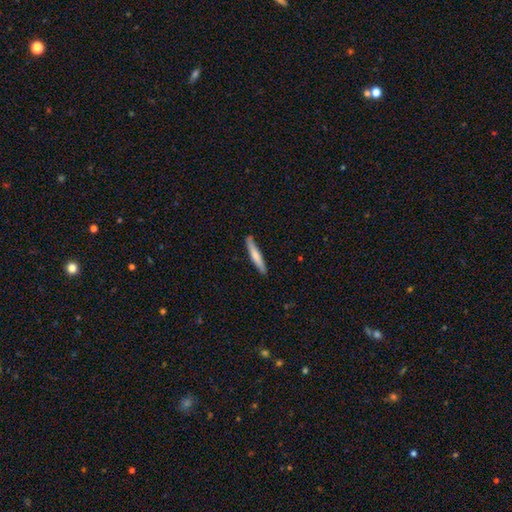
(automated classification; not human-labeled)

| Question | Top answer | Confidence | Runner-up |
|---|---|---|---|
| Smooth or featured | smooth | 70% | featured or disk (25%) |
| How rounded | cigar-shaped | 93% | in between (5%) |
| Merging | none | 87% | minor disturbance (10%) |